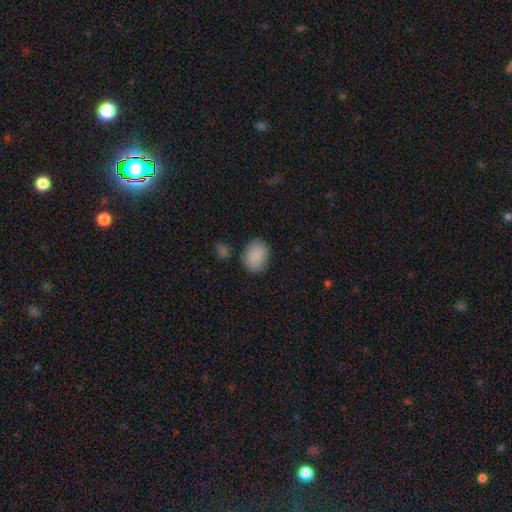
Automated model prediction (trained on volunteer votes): This is clearly a smooth galaxy (89%). How rounded: possibly in between (58%). Merging: likely none (79%).